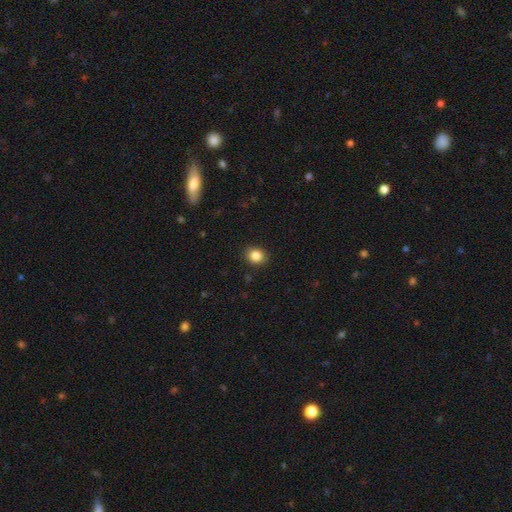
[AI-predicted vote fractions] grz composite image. It shows a smooth galaxy with no disk features (85%) that is round (70%). Merging: none (90%).